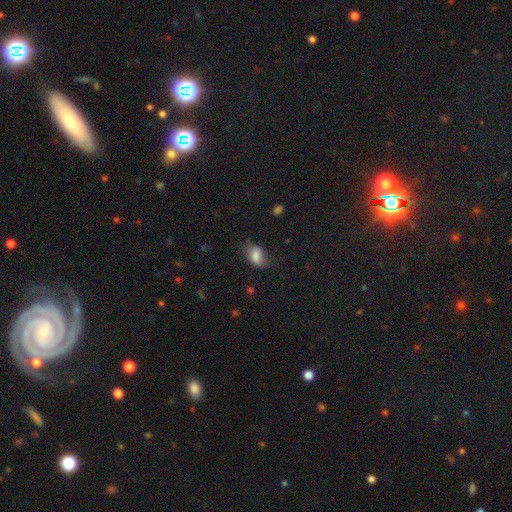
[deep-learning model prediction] smooth 79%, featured or disk 13%, star or artifact 8%. Down the decision tree: how rounded — in between (84%); merging — none (57%).